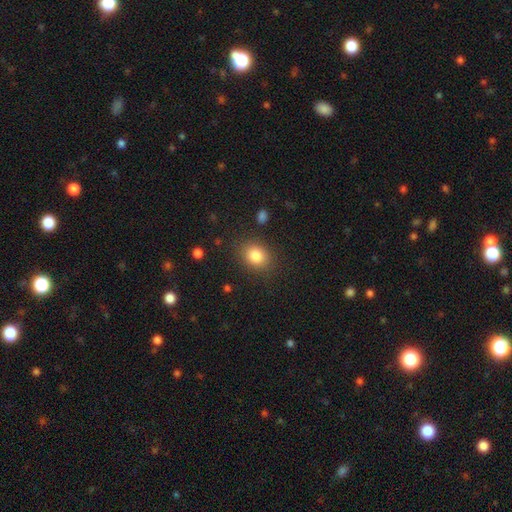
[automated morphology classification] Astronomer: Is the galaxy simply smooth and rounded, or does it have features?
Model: smooth — 84%.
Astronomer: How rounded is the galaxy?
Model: in between — 54% (runner-up: round, 45%).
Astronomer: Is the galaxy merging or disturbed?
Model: none — 84%.